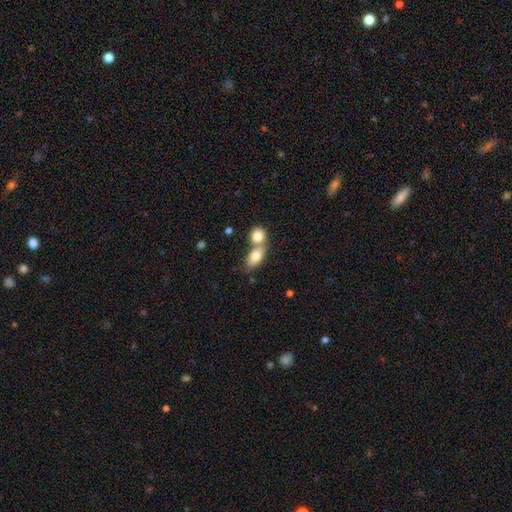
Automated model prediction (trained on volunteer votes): A smooth galaxy with no disk features (78%) that is in between round and cigar-shaped (81%).

Vote fractions:
- Smooth or featured? smooth: 78% / featured or disk: 15% / star or artifact: 7%
- How rounded? in between: 81% / round: 15% / cigar-shaped: 4%
- Merging? merger: 60% / none: 30% / minor disturbance: 7% / major disturbance: 3%